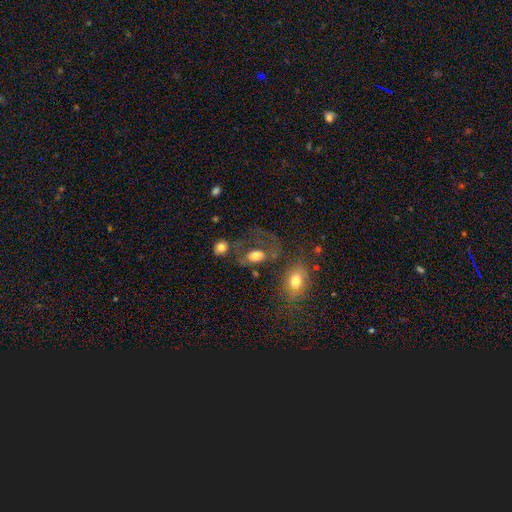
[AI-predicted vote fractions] Smooth or featured? Predicted: smooth (p=0.66). How rounded? Predicted: in between (p=0.78). Merging? Predicted: none (p=0.37).